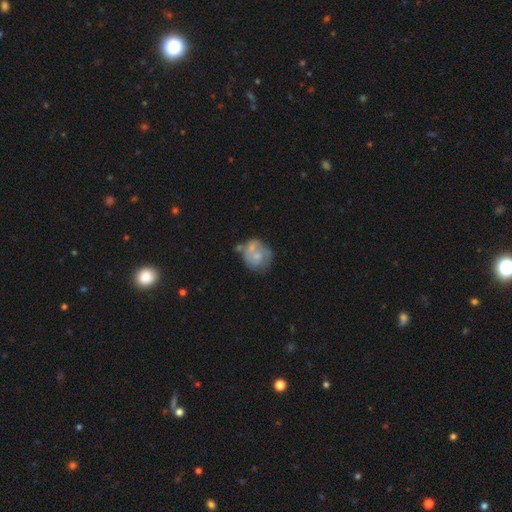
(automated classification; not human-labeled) smooth-or-featured: featured or disk: 50% | smooth: 44% | star or artifact: 7%
  merging: none: 44% | minor disturbance: 25% | merger: 18% | major disturbance: 13%